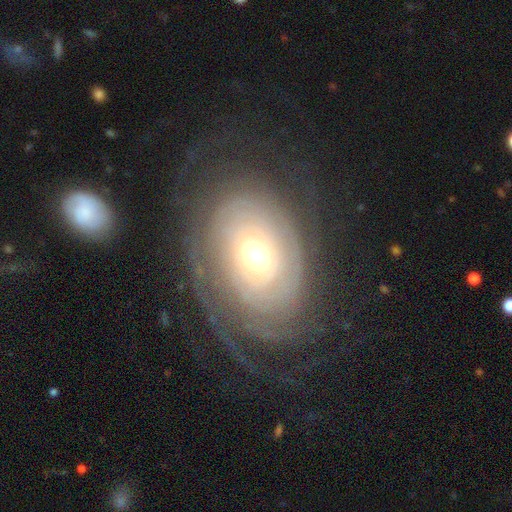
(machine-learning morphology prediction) Q: Smooth or featured?
A: featured or disk (79%); runner-up: smooth (14%)
Q: Edge-on disk?
A: no (95%); runner-up: yes (5%)
Q: Bar?
A: no (67%); runner-up: weak (24%)
Q: Spiral arms?
A: yes (87%); runner-up: no (13%)
Q: Spiral winding?
A: tight (76%); runner-up: medium (17%)
Q: Spiral arm count?
A: can't tell (48%); runner-up: 2 (17%)
Q: Bulge size?
A: moderate (67%); runner-up: small (17%)
Q: Merging?
A: none (68%); runner-up: minor disturbance (16%)